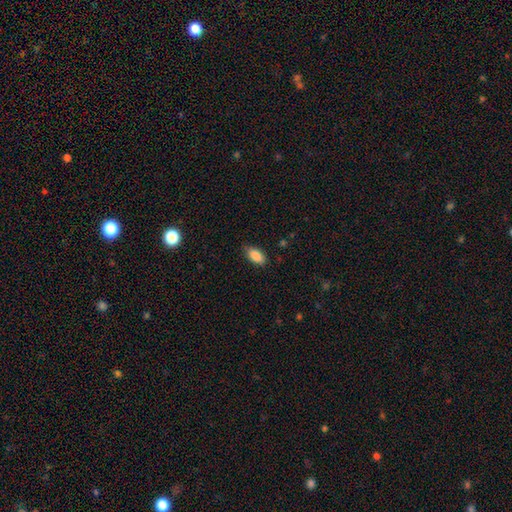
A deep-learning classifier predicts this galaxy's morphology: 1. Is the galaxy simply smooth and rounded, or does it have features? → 88% smooth, 7% star or artifact, 5% featured or disk.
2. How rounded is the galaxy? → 92% in between, 5% cigar-shaped, 3% round.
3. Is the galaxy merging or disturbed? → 81% none, 15% minor disturbance, 3% major disturbance, 1% merger.